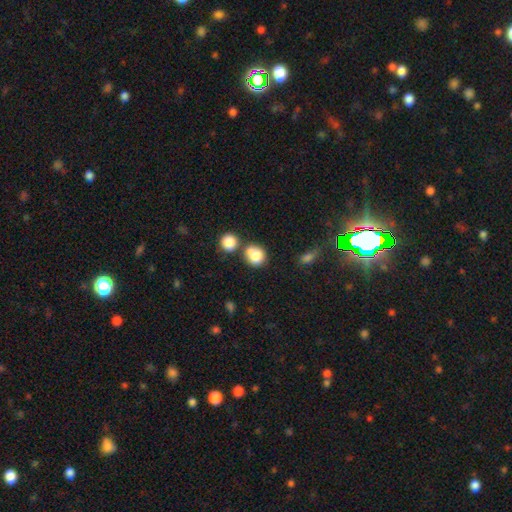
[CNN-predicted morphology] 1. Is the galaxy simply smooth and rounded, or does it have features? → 82% smooth, 9% featured or disk, 9% star or artifact.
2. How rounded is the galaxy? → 77% round, 22% in between, 1% cigar-shaped.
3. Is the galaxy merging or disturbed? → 47% none, 36% merger, 12% minor disturbance, 5% major disturbance.